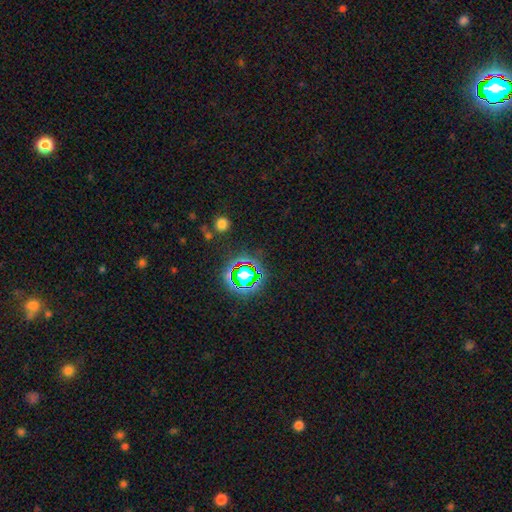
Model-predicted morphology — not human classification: Smooth or featured? Predicted: star or artifact (p=0.76).